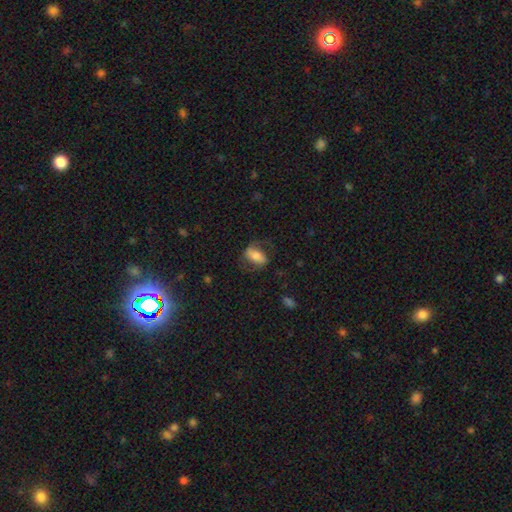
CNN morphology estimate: Smooth or featured? Predicted: smooth (p=0.54). How rounded? Predicted: in between (p=0.85). Merging? Predicted: none (p=0.59).